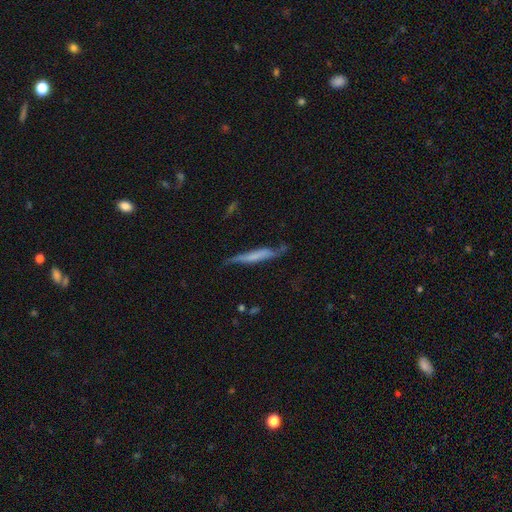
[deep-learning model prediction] featured or disk 47%, smooth 46%, star or artifact 7%. Down the decision tree: merging — none (60%).